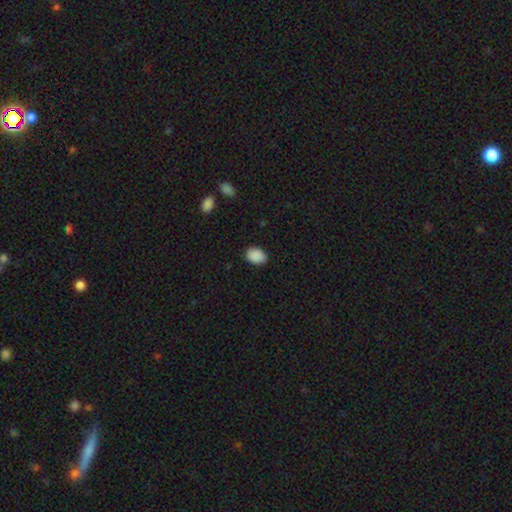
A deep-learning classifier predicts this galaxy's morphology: A smooth galaxy with no disk features (89%) that is in between round and cigar-shaped (75%).

Vote fractions:
- Smooth or featured? smooth: 89% / star or artifact: 8% / featured or disk: 3%
- How rounded? in between: 75% / round: 25% / cigar-shaped: 1%
- Merging? none: 83% / minor disturbance: 13% / major disturbance: 2% / merger: 1%